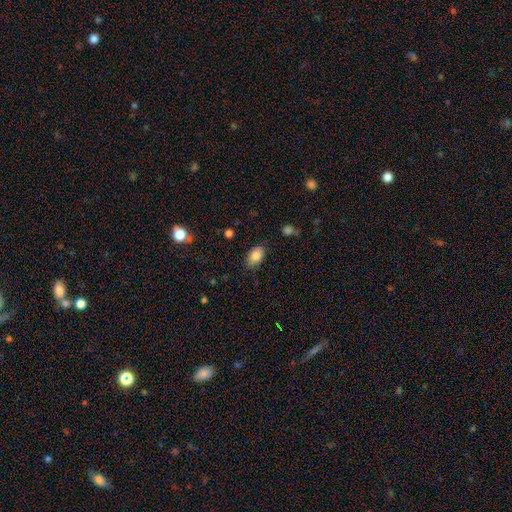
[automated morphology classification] Smooth or featured?
  - smooth: 87% *
  - star or artifact: 8%
  - featured or disk: 6%
How rounded?
  - in between: 90% *
  - round: 9%
  - cigar-shaped: 1%
Merging?
  - none: 81% *
  - minor disturbance: 15%
  - major disturbance: 3%
  - merger: 1%